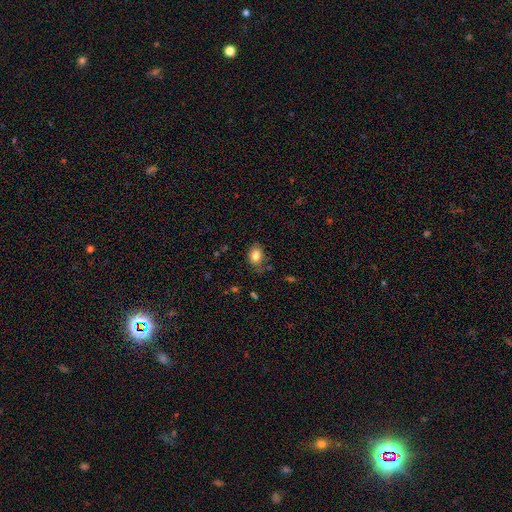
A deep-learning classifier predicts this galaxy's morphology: Smooth or featured?
  - smooth: 83% *
  - star or artifact: 9%
  - featured or disk: 9%
How rounded?
  - in between: 69% *
  - round: 30%
  - cigar-shaped: 1%
Merging?
  - none: 73% *
  - minor disturbance: 20%
  - major disturbance: 5%
  - merger: 2%